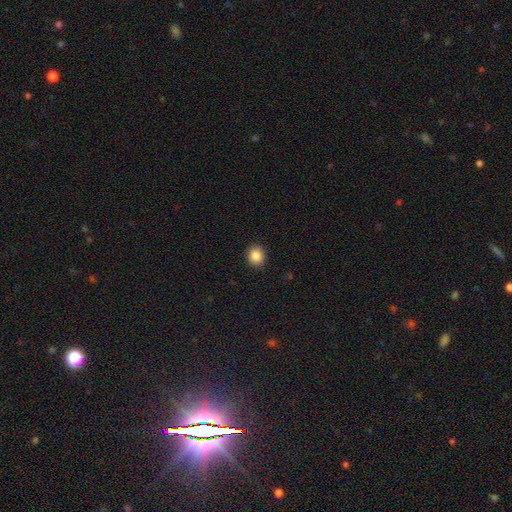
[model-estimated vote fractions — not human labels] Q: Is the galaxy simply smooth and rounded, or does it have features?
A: smooth — 86%.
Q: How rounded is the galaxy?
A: round — 75%.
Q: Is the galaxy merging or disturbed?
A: none — 90%.